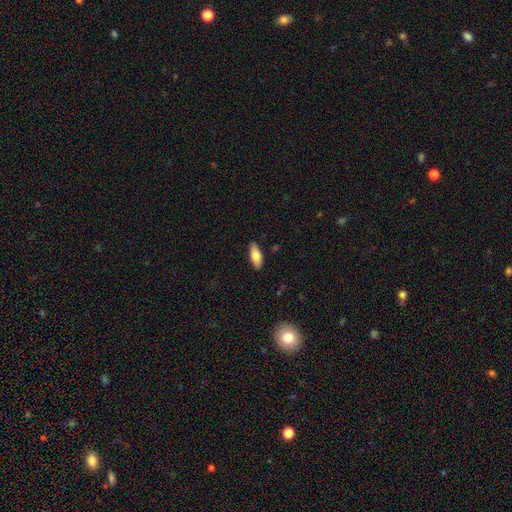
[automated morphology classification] Smooth or featured? smooth (78%)
How rounded? in between (77%)
Merging? none (88%)